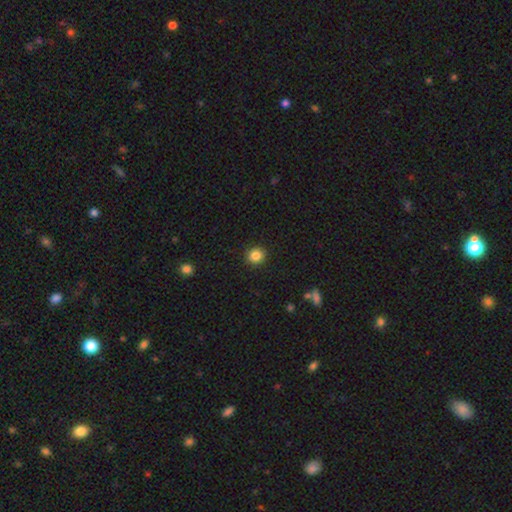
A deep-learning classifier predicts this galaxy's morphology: smooth_or_featured: smooth (p=0.85) [alt: star or artifact p=0.11]
how_rounded: round (p=0.88) [alt: in between p=0.11]
merging: none (p=0.92) [alt: minor disturbance p=0.05]